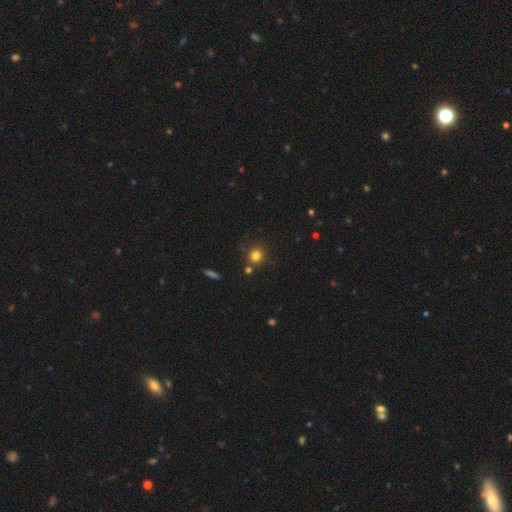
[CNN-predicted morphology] smooth_or_featured: smooth (p=0.79) [alt: star or artifact p=0.14]
how_rounded: round (p=0.89) [alt: in between p=0.10]
merging: none (p=0.78) [alt: minor disturbance p=0.10]